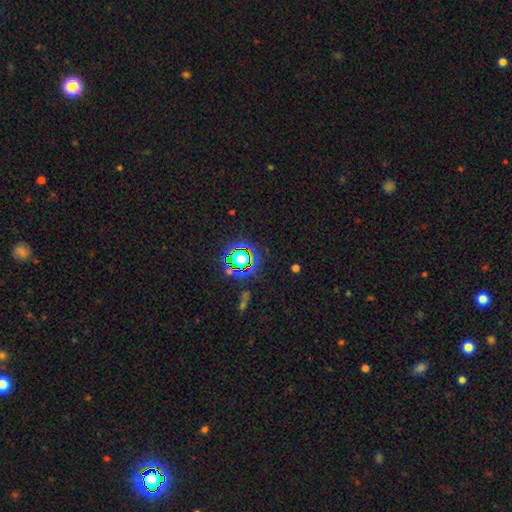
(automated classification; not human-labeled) Overall: star or artifact (78%).